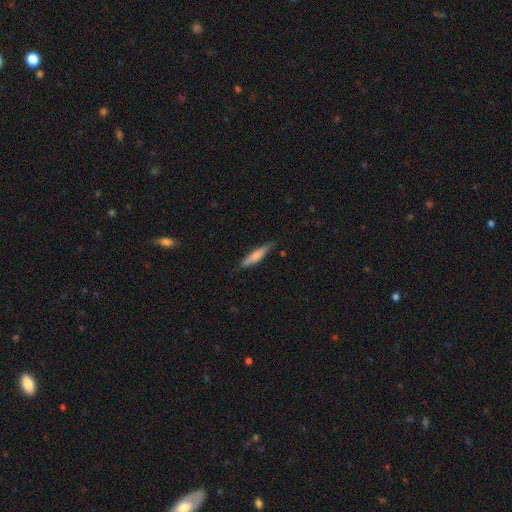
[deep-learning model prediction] Morphology: type=smooth (65%); roundness=cigar-shaped (85%); merging=none (84%).